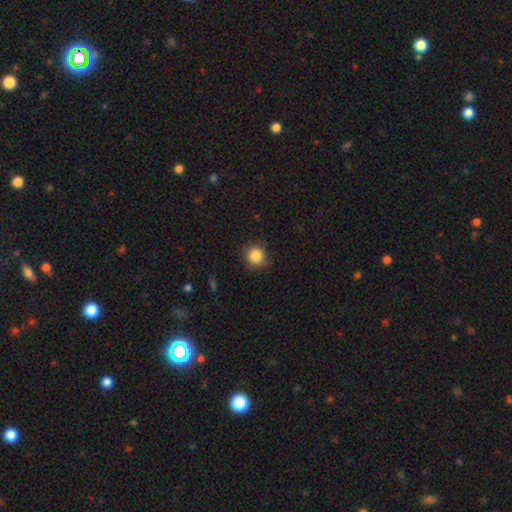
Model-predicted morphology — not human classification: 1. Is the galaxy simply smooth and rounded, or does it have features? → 85% smooth, 10% star or artifact, 5% featured or disk.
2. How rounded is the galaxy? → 91% round, 9% in between, 1% cigar-shaped.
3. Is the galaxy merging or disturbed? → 82% none, 14% minor disturbance, 3% major disturbance, 1% merger.